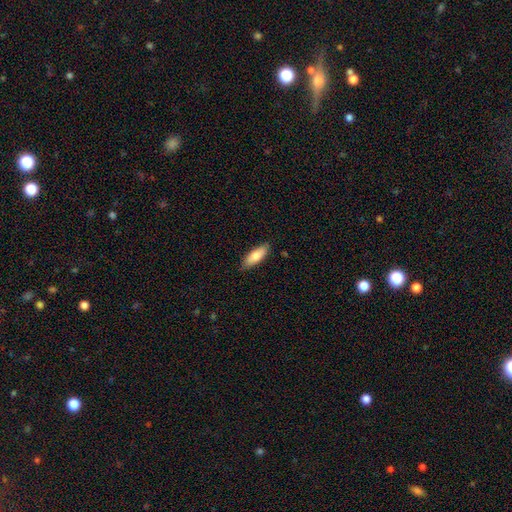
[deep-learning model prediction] smooth 78%, featured or disk 16%, star or artifact 6%. Down the decision tree: how rounded — in between (68%); merging — none (85%).